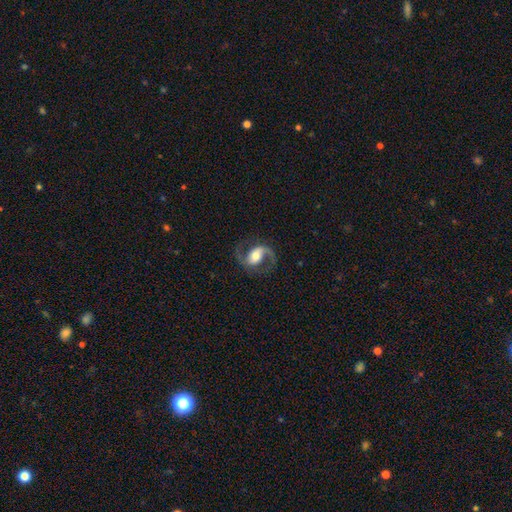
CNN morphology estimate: Q: Smooth or featured?
A: featured or disk (87%); runner-up: smooth (8%)
Q: Edge-on disk?
A: no (97%); runner-up: yes (3%)
Q: Bar?
A: weak (38%); runner-up: no (33%)
Q: Spiral arms?
A: yes (96%); runner-up: no (4%)
Q: Spiral winding?
A: medium (53%); runner-up: loose (36%)
Q: Spiral arm count?
A: 2 (90%); runner-up: 1 (6%)
Q: Bulge size?
A: moderate (62%); runner-up: large (18%)
Q: Merging?
A: none (77%); runner-up: minor disturbance (12%)